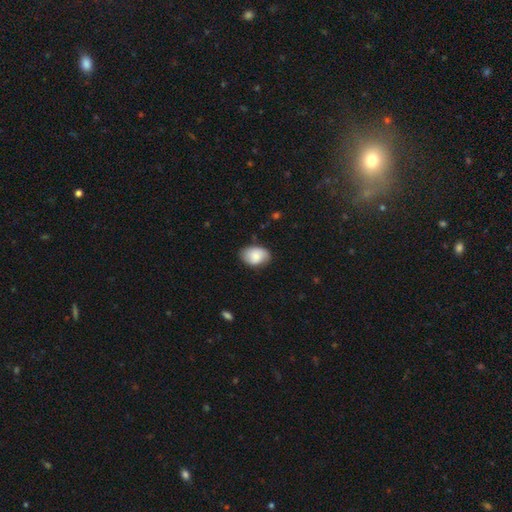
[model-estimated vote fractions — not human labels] smooth_or_featured: smooth (p=0.78) [alt: featured or disk p=0.15]
how_rounded: in between (p=0.82) [alt: round p=0.17]
merging: none (p=0.74) [alt: minor disturbance p=0.21]